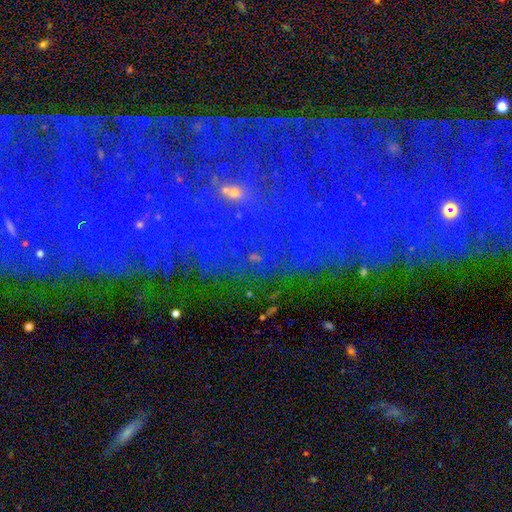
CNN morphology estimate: A star or artifact, not a galaxy (68%).

Vote fractions:
- Smooth or featured? star or artifact: 68% / featured or disk: 19% / smooth: 13%